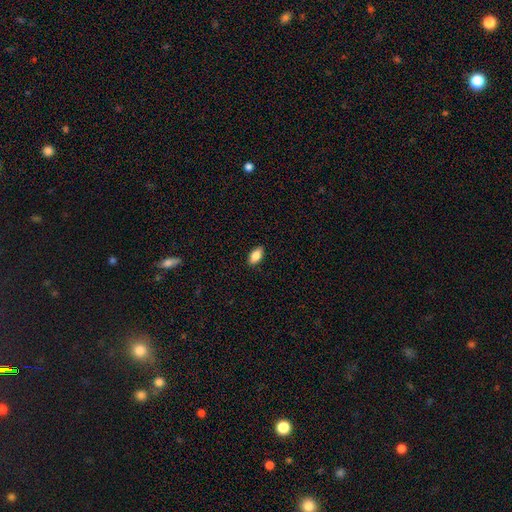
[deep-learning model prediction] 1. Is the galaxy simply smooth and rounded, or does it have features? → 85% smooth, 7% featured or disk, 7% star or artifact.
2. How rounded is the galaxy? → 91% in between, 5% cigar-shaped, 4% round.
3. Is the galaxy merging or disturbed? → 88% none, 9% minor disturbance, 2% major disturbance, 1% merger.